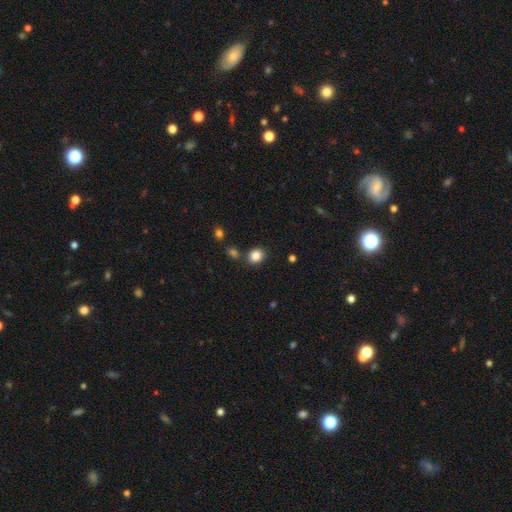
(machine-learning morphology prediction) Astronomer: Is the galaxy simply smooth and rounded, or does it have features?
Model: smooth — 85%.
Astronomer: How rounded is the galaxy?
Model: round — 64%.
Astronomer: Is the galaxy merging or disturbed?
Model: none — 80%.